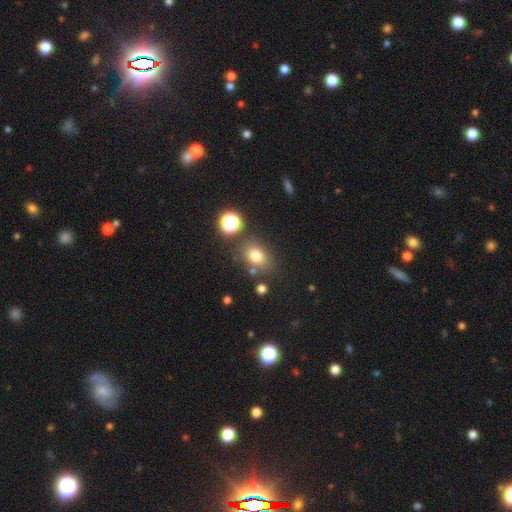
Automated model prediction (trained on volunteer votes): smooth-or-featured: smooth: 75% | star or artifact: 15% | featured or disk: 9%
  how-rounded: in between: 54% | round: 45% | cigar-shaped: 1%
  merging: none: 73% | minor disturbance: 14% | merger: 8% | major disturbance: 5%